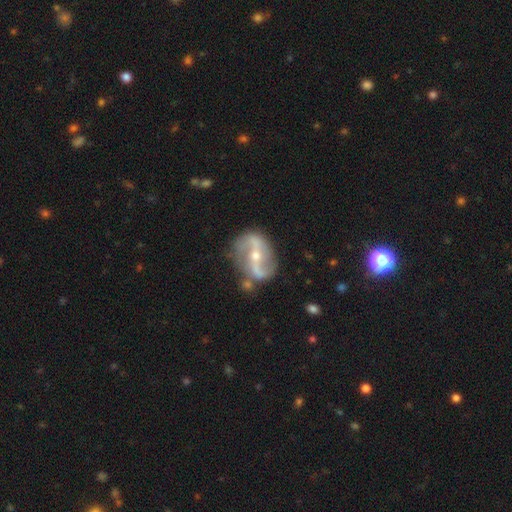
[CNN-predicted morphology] Smooth or featured: featured or disk — 88% (smooth — 6%)
Edge-on disk: no — 96% (yes — 4%)
Bar: strong — 49% (weak — 28%)
Spiral arms: yes — 93% (no — 7%)
Spiral winding: loose — 60% (medium — 30%)
Spiral arm count: 2 — 92% (can't tell — 3%)
Bulge size: small — 54% (moderate — 43%)
Merging: none — 73% (minor disturbance — 16%)